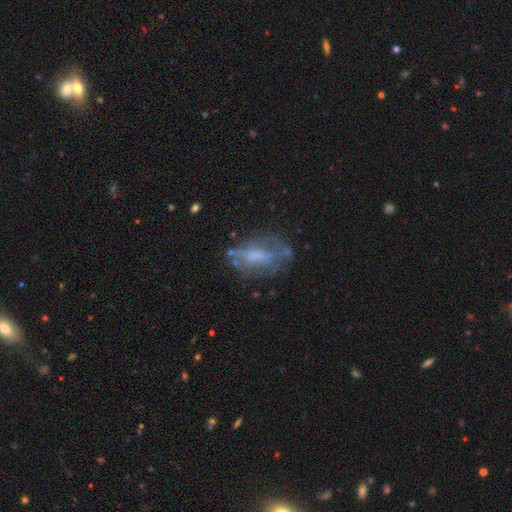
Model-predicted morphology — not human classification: Smooth or featured? featured or disk (55%)
Edge-on disk? no (87%)
Merging? none (52%)